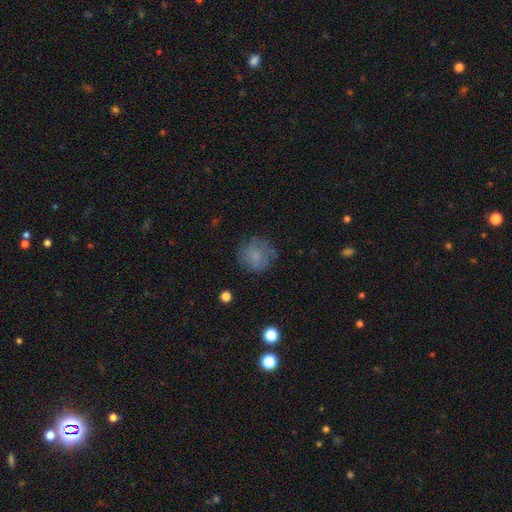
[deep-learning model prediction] This appears to be a smooth galaxy with no disk features (62%) that is round (86%). Merging: none (70%).